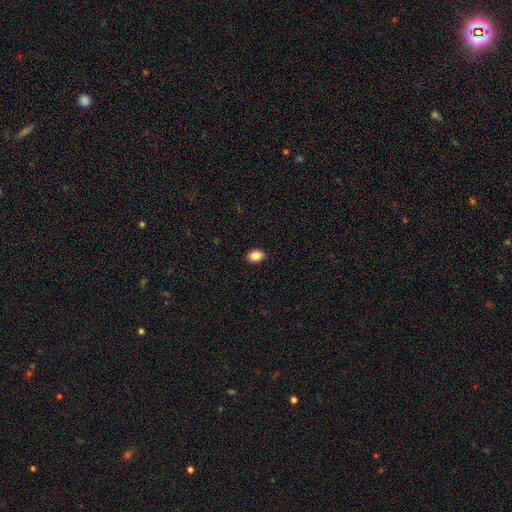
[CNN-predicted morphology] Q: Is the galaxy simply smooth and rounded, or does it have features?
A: smooth — 87%.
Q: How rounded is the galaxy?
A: in between — 76%.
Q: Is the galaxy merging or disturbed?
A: none — 90%.